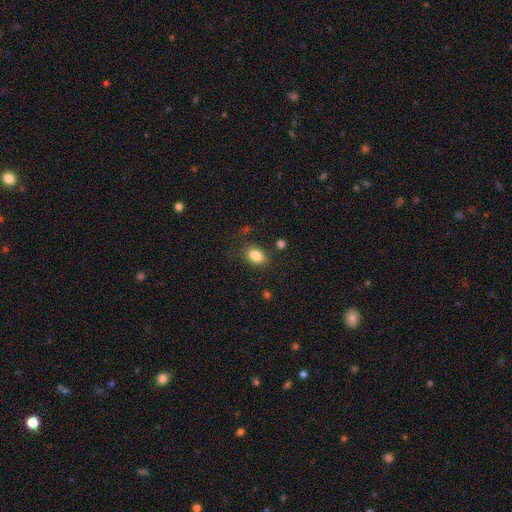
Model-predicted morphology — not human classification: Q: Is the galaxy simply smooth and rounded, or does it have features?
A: smooth — 84%.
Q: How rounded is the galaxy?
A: in between — 76%.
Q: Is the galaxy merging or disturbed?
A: none — 80%.